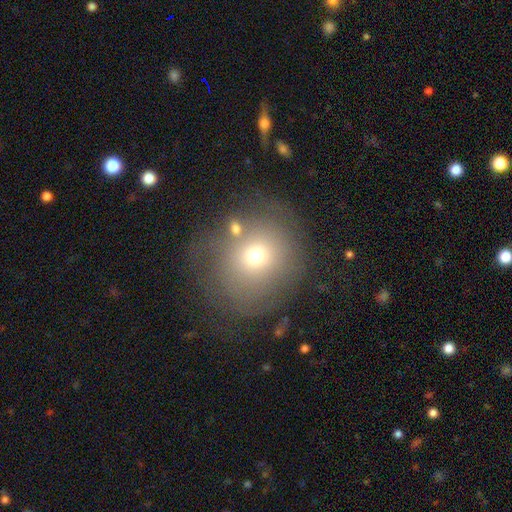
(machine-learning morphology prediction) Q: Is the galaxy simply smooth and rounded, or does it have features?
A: smooth — 61%.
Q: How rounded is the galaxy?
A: round — 84%.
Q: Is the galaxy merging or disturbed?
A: none — 64%.